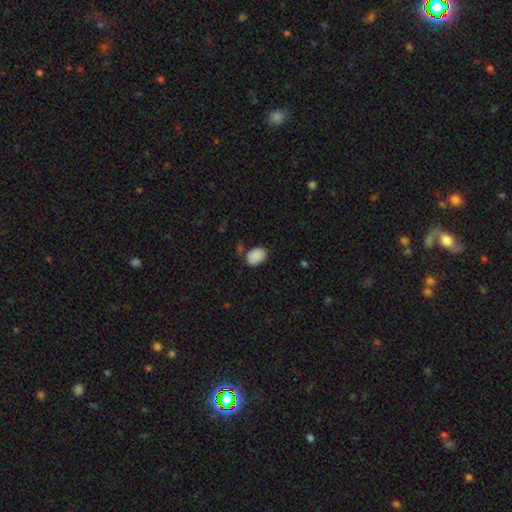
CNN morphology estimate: A smooth galaxy with no disk features (88%) that is in between round and cigar-shaped (84%).

Vote fractions:
- Smooth or featured? smooth: 88% / star or artifact: 7% / featured or disk: 4%
- How rounded? in between: 84% / round: 15% / cigar-shaped: 1%
- Merging? none: 66% / minor disturbance: 21% / merger: 7% / major disturbance: 5%